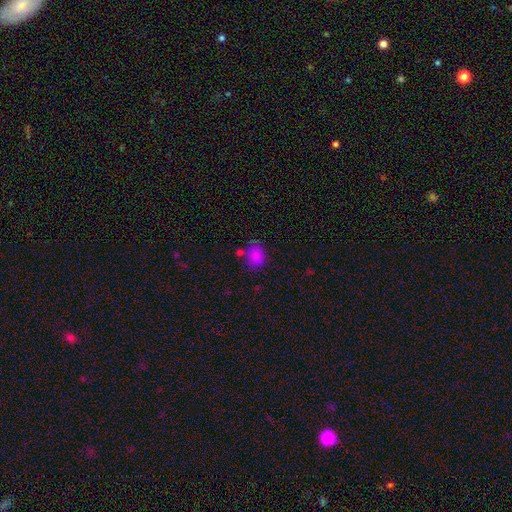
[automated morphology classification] Smooth or featured: smooth — 83% (star or artifact — 11%)
How rounded: in between — 61% (round — 38%)
Merging: none — 64% (minor disturbance — 19%)